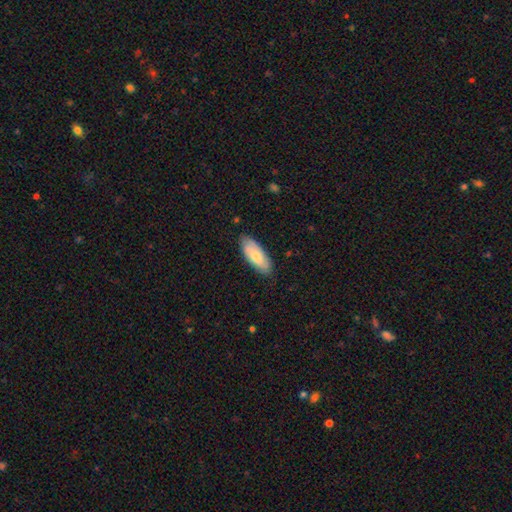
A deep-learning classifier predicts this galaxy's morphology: smooth_or_featured: smooth (p=0.69) [alt: featured or disk p=0.26]
how_rounded: in between (p=0.79) [alt: cigar-shaped p=0.20]
merging: none (p=0.83) [alt: minor disturbance p=0.14]